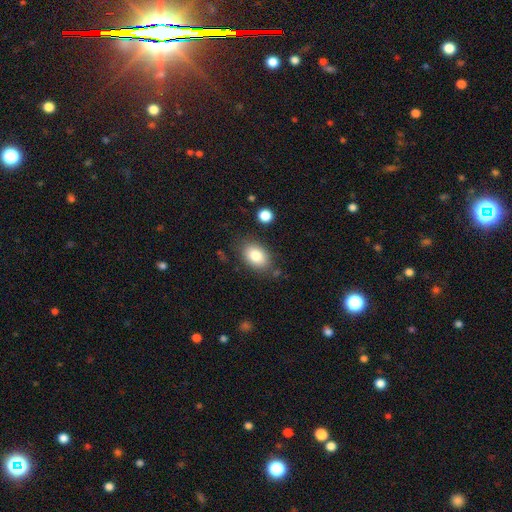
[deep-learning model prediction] smooth 83%, featured or disk 9%, star or artifact 8%. Down the decision tree: how rounded — in between (83%); merging — none (79%).